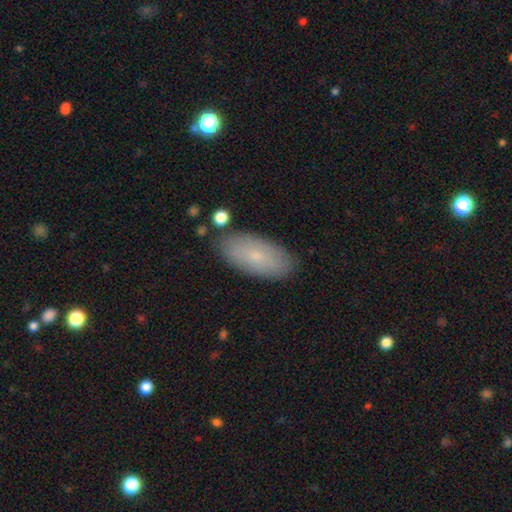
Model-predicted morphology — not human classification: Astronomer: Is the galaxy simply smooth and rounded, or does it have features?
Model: smooth — 72%.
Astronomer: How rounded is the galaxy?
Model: in between — 89%.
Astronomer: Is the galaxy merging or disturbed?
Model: none — 85%.